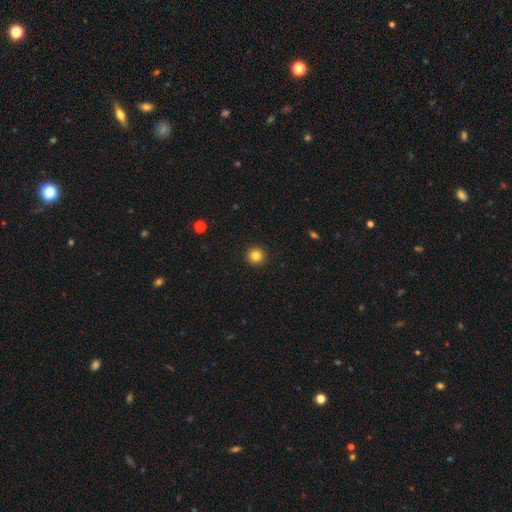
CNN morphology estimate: This appears to be a smooth galaxy with no disk features (84%) that is round (96%). Merging: none (93%).